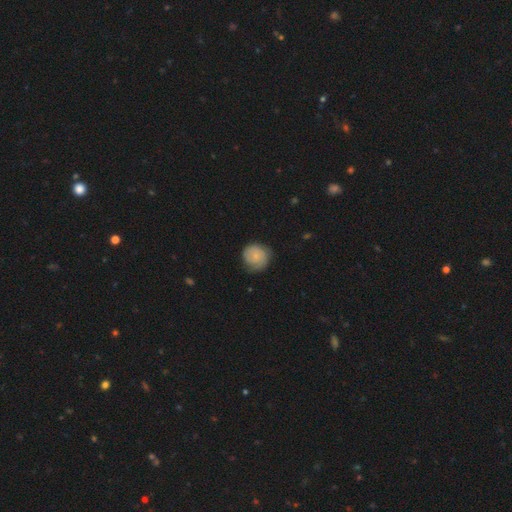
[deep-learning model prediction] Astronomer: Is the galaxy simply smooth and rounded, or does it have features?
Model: smooth — 65%.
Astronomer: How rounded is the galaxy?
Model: round — 89%.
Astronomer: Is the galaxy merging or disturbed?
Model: none — 68%.